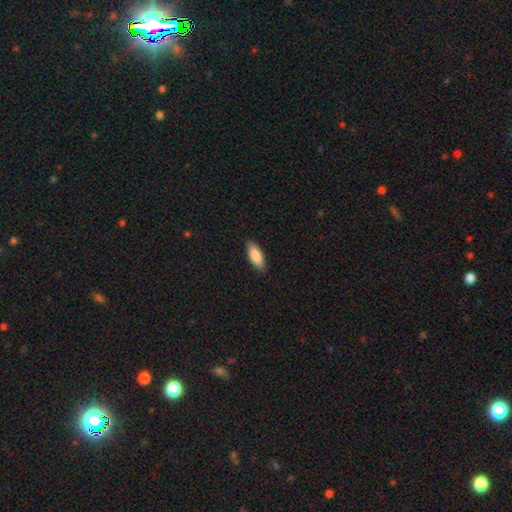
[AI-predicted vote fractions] Smooth or featured? smooth (84%)
How rounded? in between (77%)
Merging? none (86%)